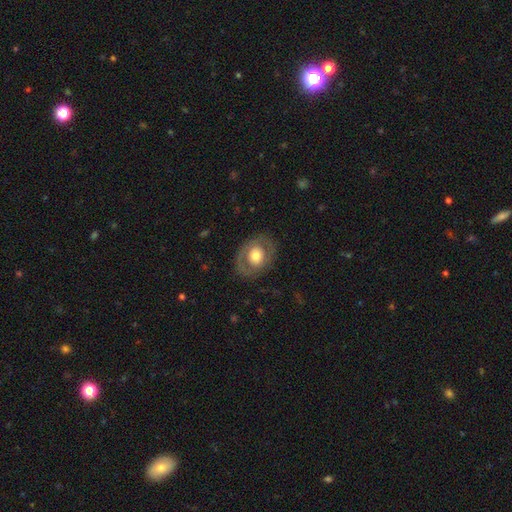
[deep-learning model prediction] A smooth galaxy with no disk features (50%). Merging: none (79%).